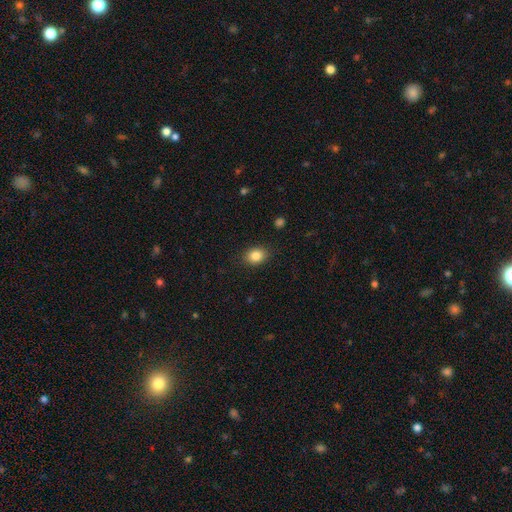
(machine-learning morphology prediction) Smooth or featured?
  - smooth: 85% *
  - star or artifact: 9%
  - featured or disk: 6%
How rounded?
  - in between: 58% *
  - round: 41%
  - cigar-shaped: 1%
Merging?
  - none: 87% *
  - minor disturbance: 10%
  - major disturbance: 3%
  - merger: 1%